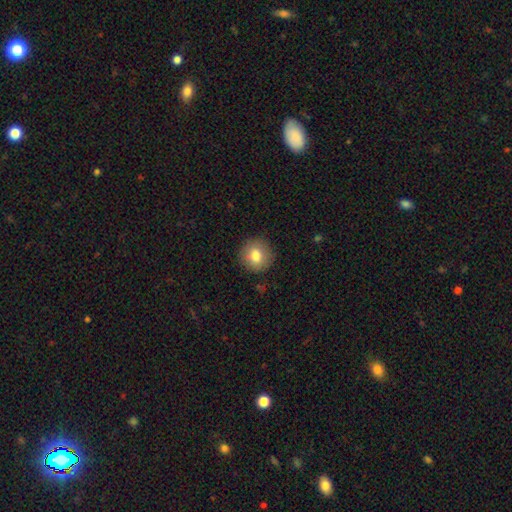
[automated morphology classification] type=smooth (79%); roundness=round (90%); merging=none (89%).